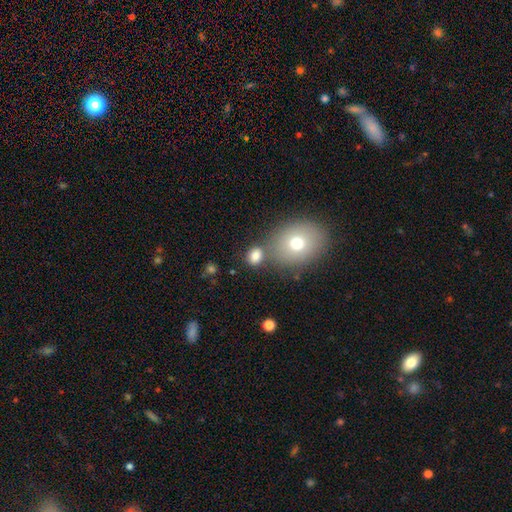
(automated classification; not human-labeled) smooth 80%, star or artifact 11%, featured or disk 9%. Down the decision tree: how rounded — in between (49%, tied with round); merging — none (61%).